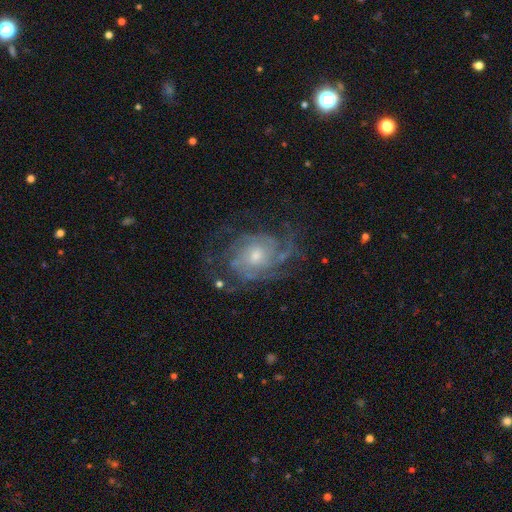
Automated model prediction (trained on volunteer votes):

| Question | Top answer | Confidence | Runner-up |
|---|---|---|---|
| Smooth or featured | featured or disk | 84% | smooth (9%) |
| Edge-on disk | no | 97% | yes (3%) |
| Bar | no | 74% | weak (23%) |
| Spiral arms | yes | 92% | no (8%) |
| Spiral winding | tight | 53% | medium (35%) |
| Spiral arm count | can't tell | 37% | 3 (20%) |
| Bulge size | small | 52% | moderate (42%) |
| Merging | none | 64% | minor disturbance (19%) |